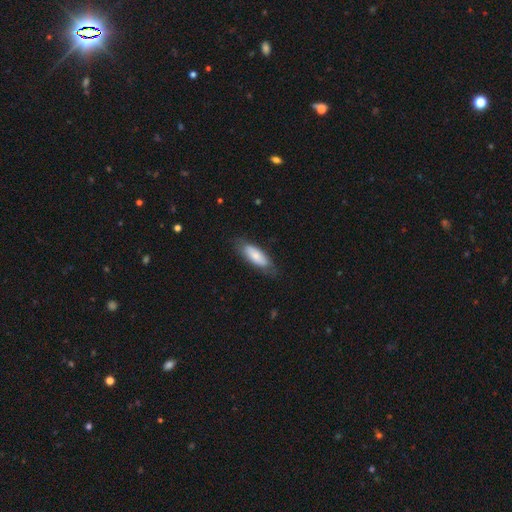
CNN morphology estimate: A smooth galaxy with no disk features (73%) that is in between round and cigar-shaped (66%).

Vote fractions:
- Smooth or featured? smooth: 73% / featured or disk: 22% / star or artifact: 6%
- How rounded? in between: 66% / cigar-shaped: 32% / round: 2%
- Merging? none: 73% / minor disturbance: 20% / major disturbance: 5% / merger: 1%